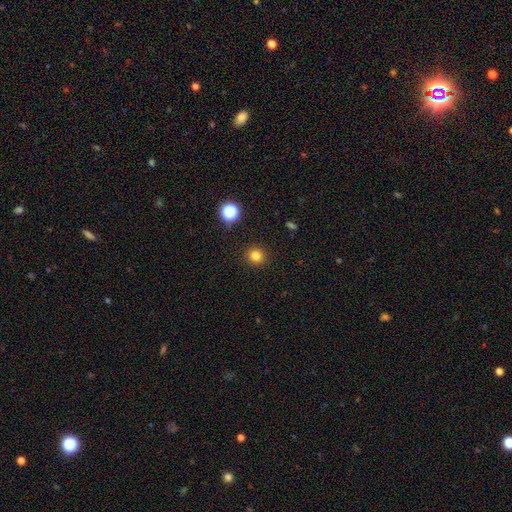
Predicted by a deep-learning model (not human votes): Smooth or featured: smooth — 81% (star or artifact — 14%)
How rounded: round — 93% (in between — 6%)
Merging: none — 92% (minor disturbance — 5%)